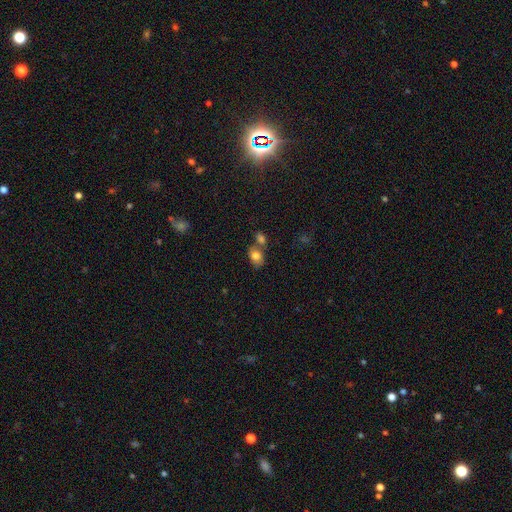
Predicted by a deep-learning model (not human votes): Overall: smooth (78%). How rounded: in between (74%). Merging: none (49%; merger 33%).